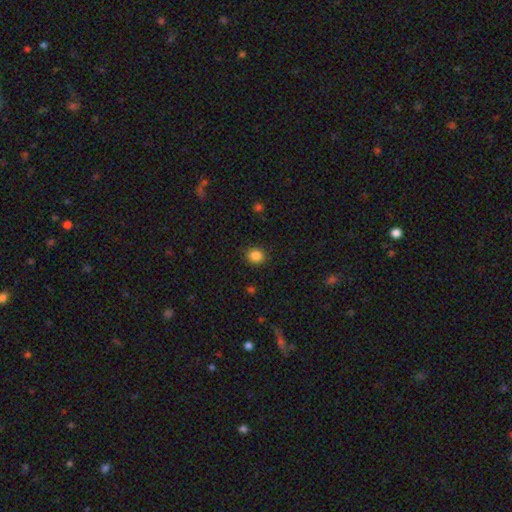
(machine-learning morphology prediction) The model was most divided on "how rounded": round: 78%, in between: 21%, cigar-shaped: 1%. More confident: merging — none (89%); smooth or featured — smooth (86%).